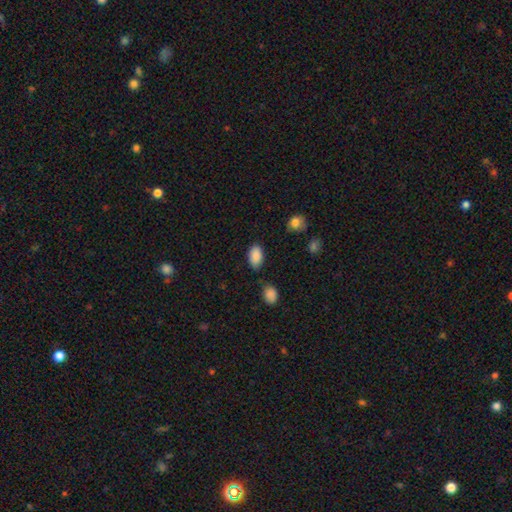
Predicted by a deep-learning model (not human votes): Overall: smooth (89%). How rounded: in between (93%). Merging: none (73%).